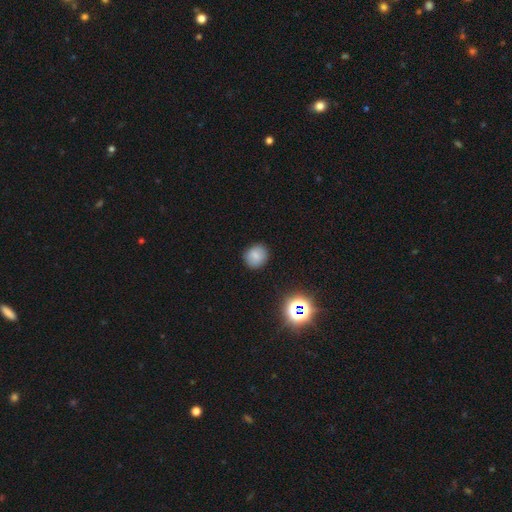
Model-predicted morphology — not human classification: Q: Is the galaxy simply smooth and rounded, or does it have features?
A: smooth — 77%.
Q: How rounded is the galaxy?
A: round — 78%.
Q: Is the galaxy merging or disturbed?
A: none — 87%.